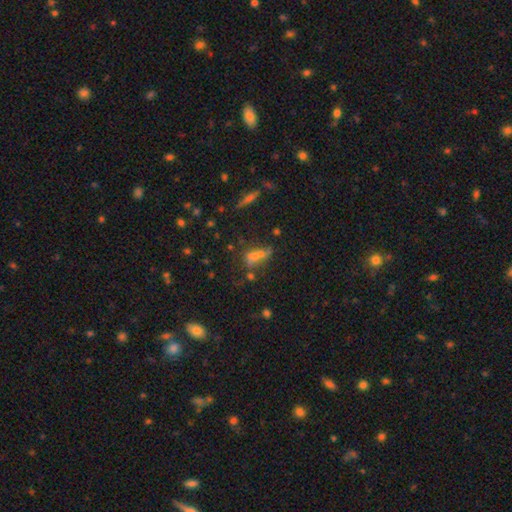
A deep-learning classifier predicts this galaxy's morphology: The model was most divided on "merging": none: 35%, merger: 33%, minor disturbance: 17%, major disturbance: 16%. More confident: how rounded — in between (67%); smooth or featured — smooth (52%).